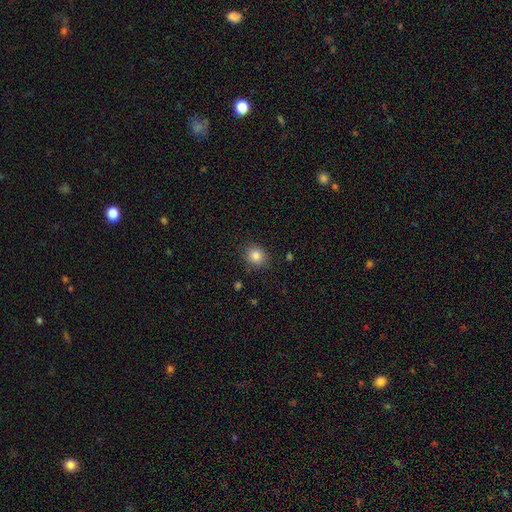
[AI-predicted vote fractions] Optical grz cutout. It shows a smooth galaxy with no disk features (84%) that is round (71%). Merging: none (88%).